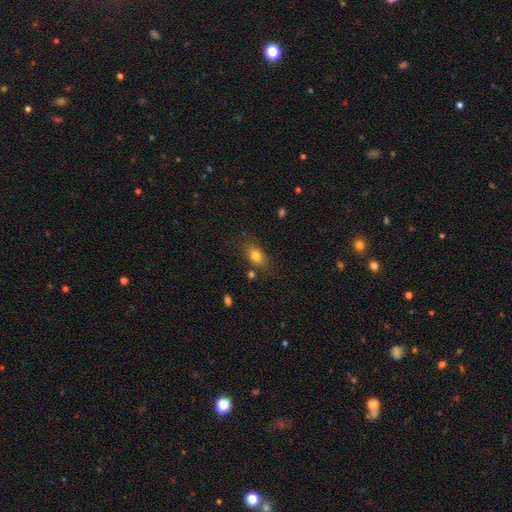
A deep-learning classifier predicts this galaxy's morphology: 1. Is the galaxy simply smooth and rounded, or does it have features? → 78% smooth, 11% featured or disk, 11% star or artifact.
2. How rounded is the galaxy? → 79% in between, 17% round, 4% cigar-shaped.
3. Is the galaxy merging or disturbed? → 77% none, 14% minor disturbance, 4% merger, 4% major disturbance.